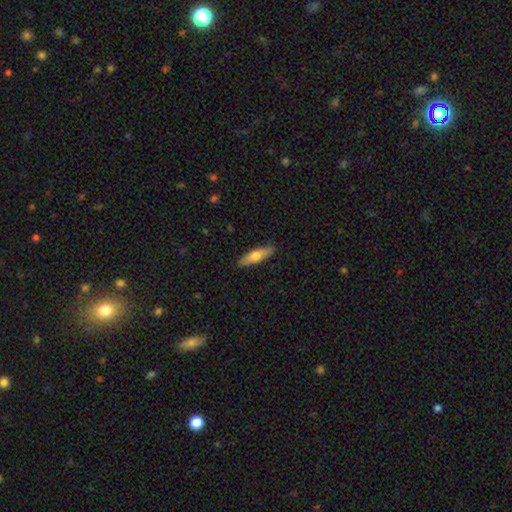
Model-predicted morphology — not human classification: Q: Smooth or featured?
A: smooth (67%); runner-up: featured or disk (27%)
Q: How rounded?
A: cigar-shaped (63%); runner-up: in between (35%)
Q: Merging?
A: none (89%); runner-up: minor disturbance (8%)